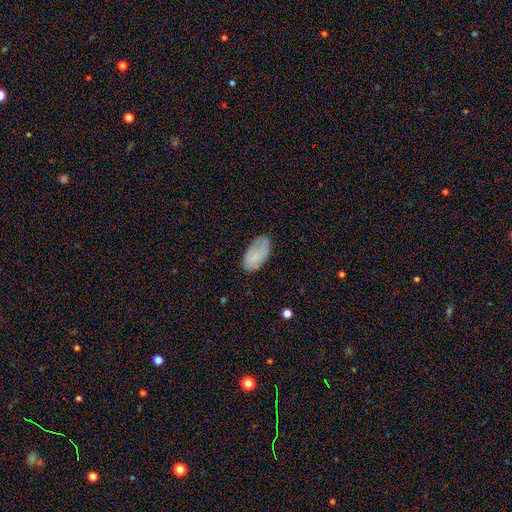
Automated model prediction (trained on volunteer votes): Morphology: type=smooth (75%); roundness=in between (94%); merging=none (71%).